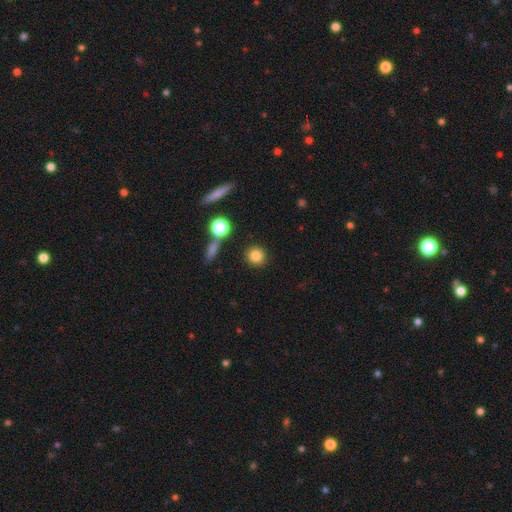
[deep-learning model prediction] This is clearly a smooth galaxy (83%). How rounded: clearly round (90%). Merging: clearly none (88%).